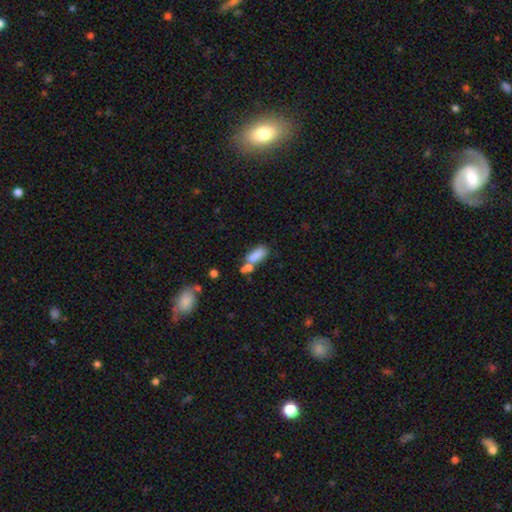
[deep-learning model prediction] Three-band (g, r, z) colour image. It shows a smooth galaxy with no disk features (78%) that is in between round and cigar-shaped (68%). Merging: merger (39%).